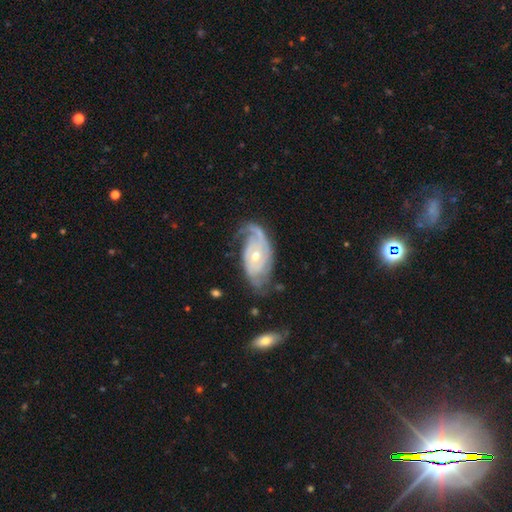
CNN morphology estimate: A featured or disk galaxy (85%) with no bar (65%), 2 (45%) tight (48%) spiral arms (94%) and a moderate central bulge (49%).

Vote fractions:
- Smooth or featured? featured or disk: 85% / smooth: 10% / star or artifact: 5%
- Edge-on disk? no: 95% / yes: 5%
- Bar? no: 65% / weak: 28% / strong: 7%
- Spiral arms? yes: 94% / no: 6%
- Spiral winding? tight: 48% / medium: 34% / loose: 18%
- Spiral arm count? 2: 45% / can't tell: 21% / 1: 19% / 3: 9% / 4: 3% / more than 4: 3%
- Bulge size? moderate: 49% / small: 47% / large: 2% / none: 1% / dominant: 1%
- Merging? none: 55% / minor disturbance: 24% / major disturbance: 18% / merger: 3%